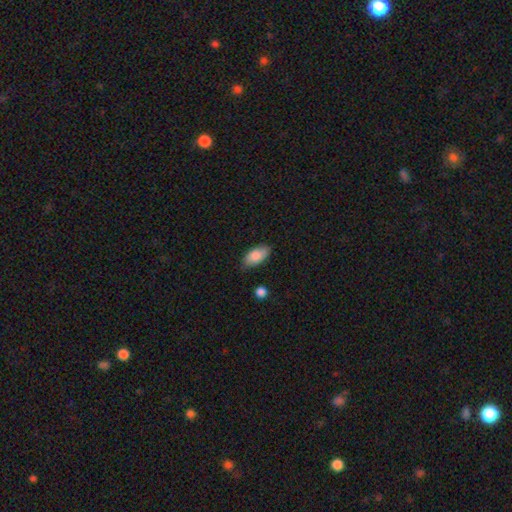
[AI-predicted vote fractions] Q: Smooth or featured?
A: smooth (86%); runner-up: featured or disk (8%)
Q: How rounded?
A: in between (91%); runner-up: cigar-shaped (6%)
Q: Merging?
A: none (78%); runner-up: minor disturbance (17%)